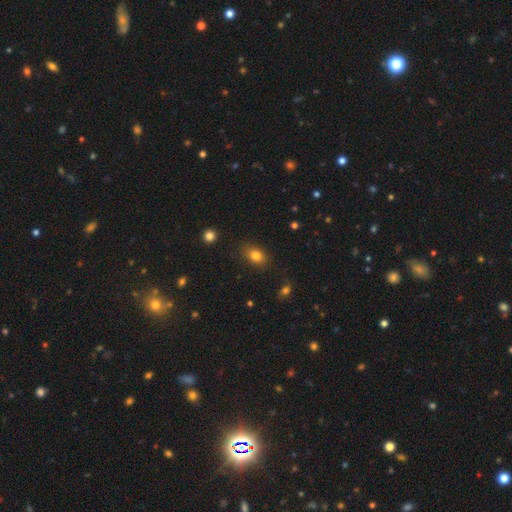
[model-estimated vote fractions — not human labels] smooth-or-featured: smooth: 82% | star or artifact: 11% | featured or disk: 8%
  how-rounded: in between: 76% | round: 22% | cigar-shaped: 2%
  merging: none: 82% | minor disturbance: 13% | major disturbance: 3% | merger: 2%